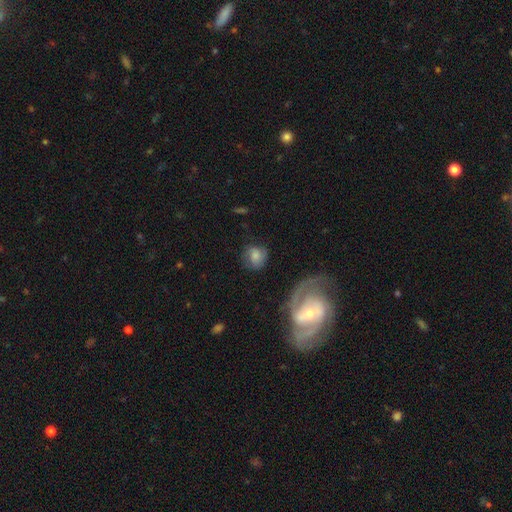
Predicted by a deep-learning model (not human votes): Morphology: type=smooth (59%); roundness=round (74%); merging=none (65%).